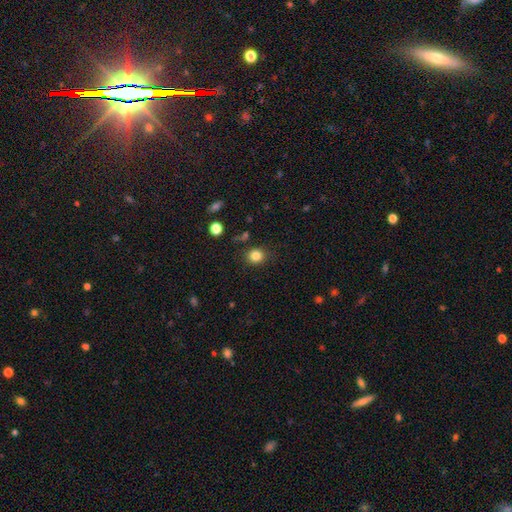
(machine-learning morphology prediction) A smooth galaxy with no disk features (83%) that is round (78%). Merging: none (84%).